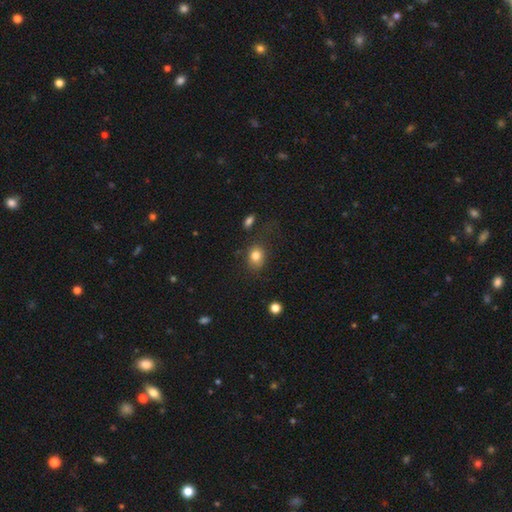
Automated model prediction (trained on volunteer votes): Overall: smooth (80%). How rounded: round (53%; in between 45%). Merging: none (72%).